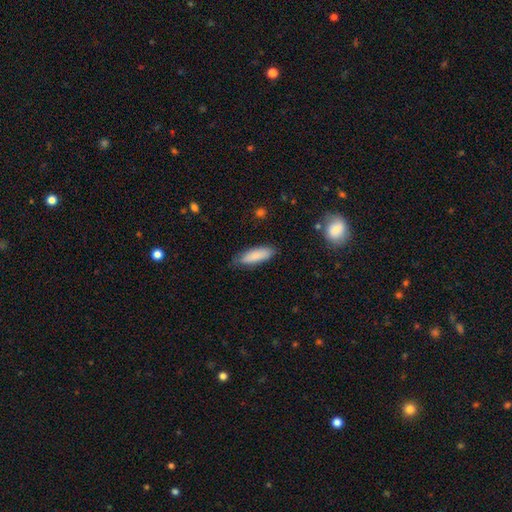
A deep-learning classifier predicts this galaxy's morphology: Smooth or featured? Predicted: smooth (p=0.85). How rounded? Predicted: in between (p=0.52). Merging? Predicted: none (p=0.78).